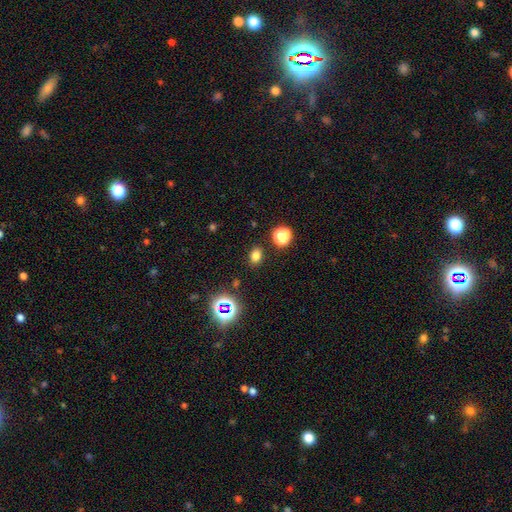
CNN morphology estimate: A smooth galaxy with no disk features (76%) that is in between round and cigar-shaped (64%). Merging: none (86%).